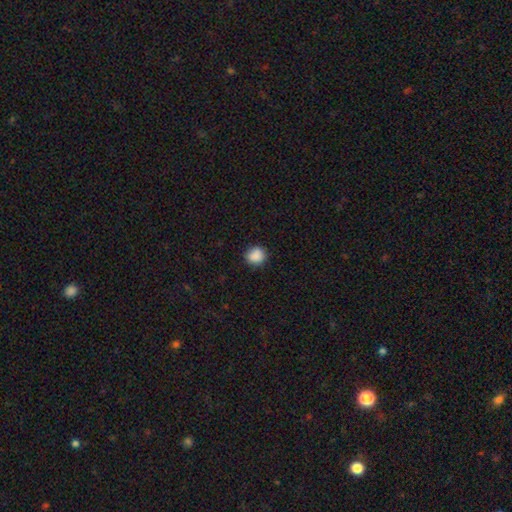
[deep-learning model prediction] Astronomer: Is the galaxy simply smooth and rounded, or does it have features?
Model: smooth — 87%.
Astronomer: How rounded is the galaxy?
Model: round — 81%.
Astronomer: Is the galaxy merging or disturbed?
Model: none — 84%.